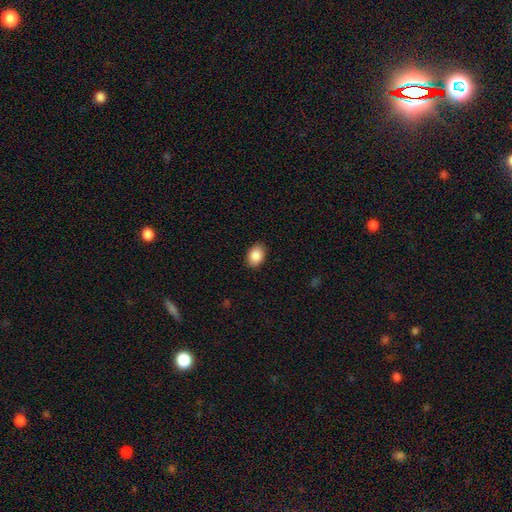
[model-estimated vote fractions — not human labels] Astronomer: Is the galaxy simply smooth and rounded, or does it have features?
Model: smooth — 88%.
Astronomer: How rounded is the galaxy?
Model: in between — 75%.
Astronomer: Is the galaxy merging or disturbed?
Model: none — 89%.